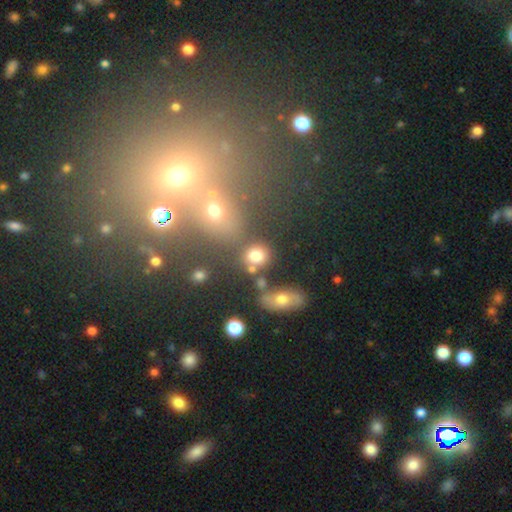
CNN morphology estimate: A smooth galaxy with no disk features (76%) that is round (70%). Merging: none (63%).